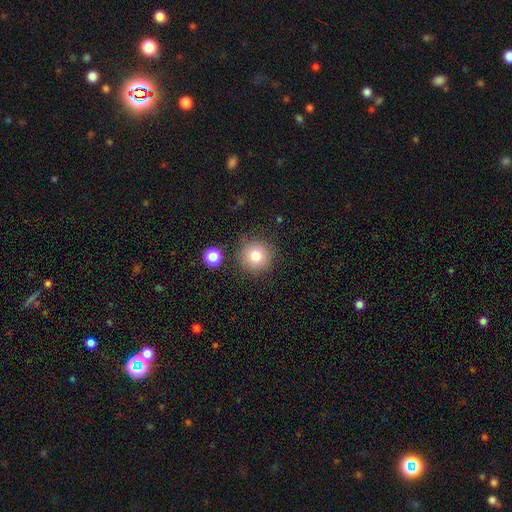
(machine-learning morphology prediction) type=smooth (79%); roundness=round (95%); merging=none (84%).